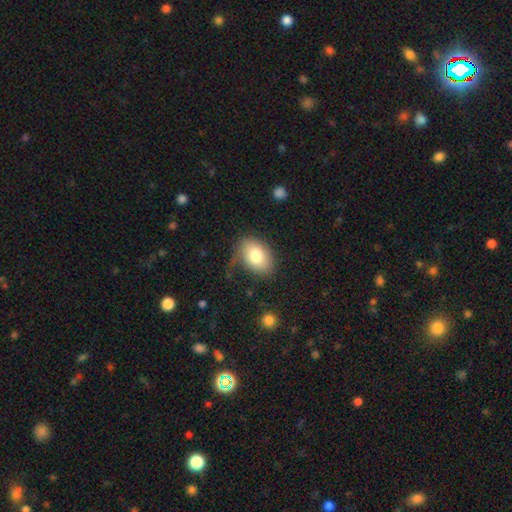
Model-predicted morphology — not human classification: Smooth or featured: smooth — 78% (featured or disk — 15%)
How rounded: in between — 83% (round — 16%)
Merging: none — 69% (minor disturbance — 21%)